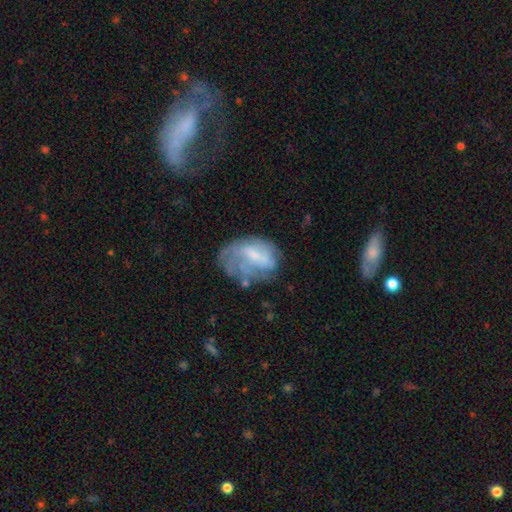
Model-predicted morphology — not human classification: This is possibly a featured or disk galaxy (57%). It is clearly not viewed edge-on (97%). Bar: possibly weak (46%). Spiral arm pattern: possibly yes (56%). Central bulge: marginally small (36%). Merging: marginally none (41%).